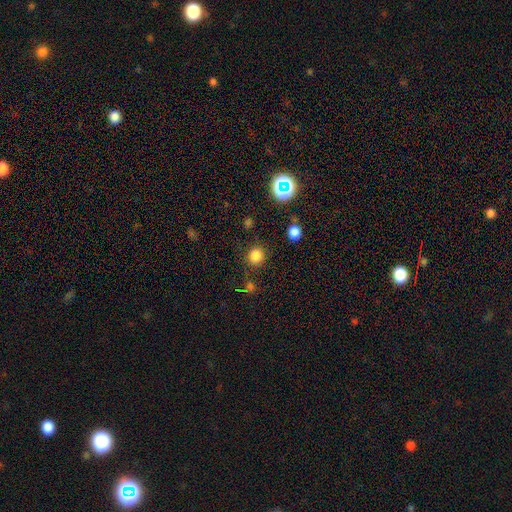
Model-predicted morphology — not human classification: This is likely a smooth galaxy (79%). How rounded: clearly round (91%). Merging: clearly none (86%).